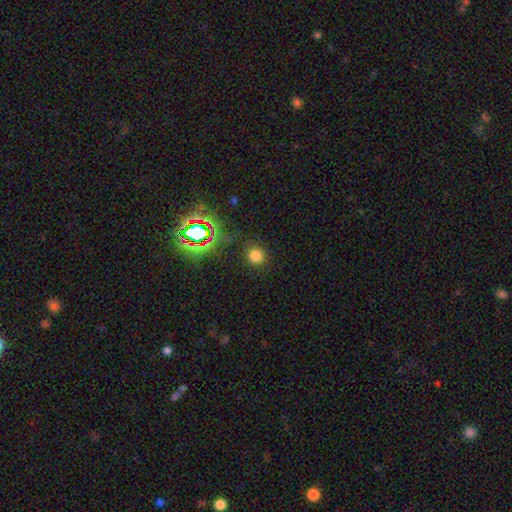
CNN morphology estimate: Smooth or featured? Predicted: smooth (p=0.74). How rounded? Predicted: round (p=0.90). Merging? Predicted: none (p=0.88).